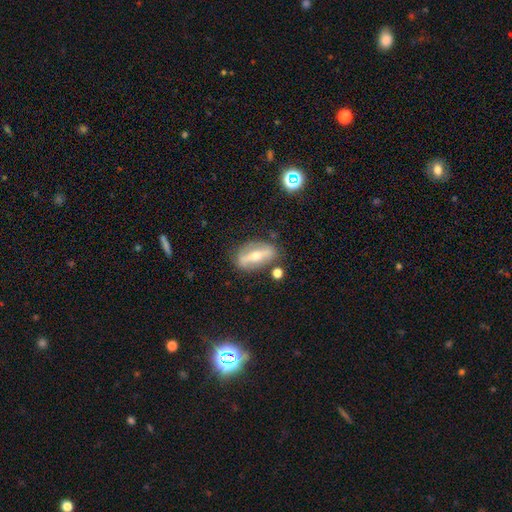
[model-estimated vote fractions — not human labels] Smooth or featured?
  - featured or disk: 64% *
  - smooth: 29%
  - star or artifact: 7%
Edge-on disk?
  - no: 54% *
  - yes: 46%
Merging?
  - none: 77% *
  - minor disturbance: 14%
  - major disturbance: 5%
  - merger: 4%